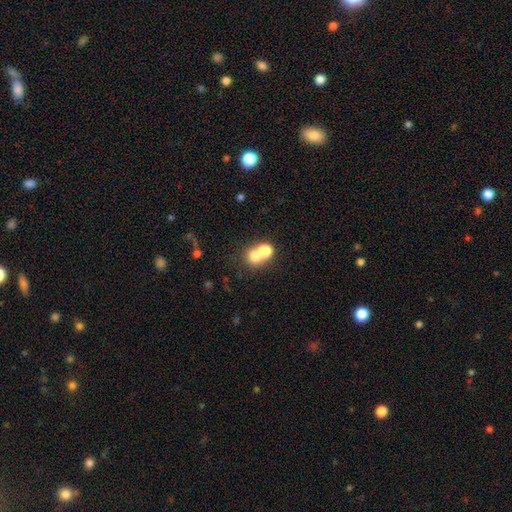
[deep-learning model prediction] Smooth or featured?
  - smooth: 71% *
  - star or artifact: 15%
  - featured or disk: 14%
How rounded?
  - round: 79% *
  - in between: 20%
  - cigar-shaped: 1%
Merging?
  - merger: 51% *
  - none: 39%
  - minor disturbance: 6%
  - major disturbance: 4%